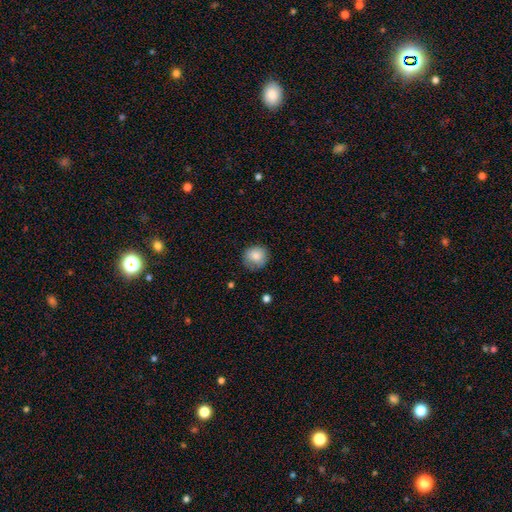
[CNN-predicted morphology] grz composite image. It shows a smooth galaxy with no disk features (84%) that is round (88%). Merging: none (77%).